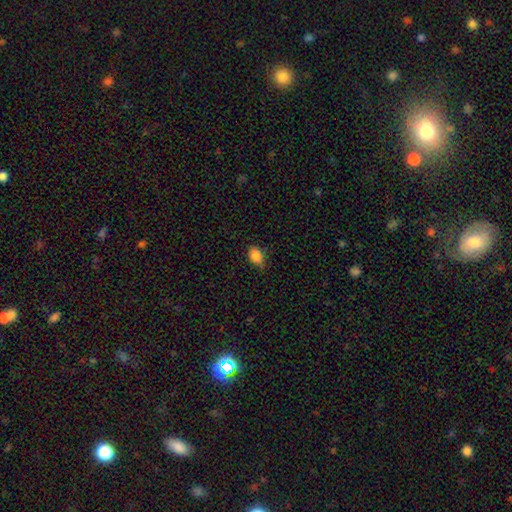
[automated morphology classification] Q: Smooth or featured?
A: smooth (88%); runner-up: star or artifact (8%)
Q: How rounded?
A: in between (85%); runner-up: round (14%)
Q: Merging?
A: none (79%); runner-up: minor disturbance (17%)